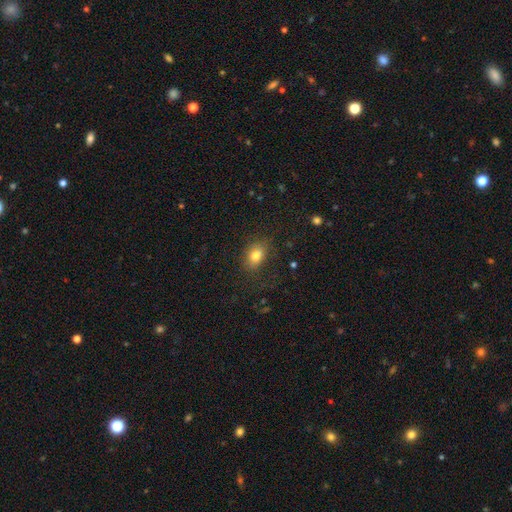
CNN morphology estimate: smooth_or_featured: smooth (p=0.80) [alt: star or artifact p=0.11]
how_rounded: in between (p=0.73) [alt: round p=0.25]
merging: none (p=0.77) [alt: minor disturbance p=0.15]